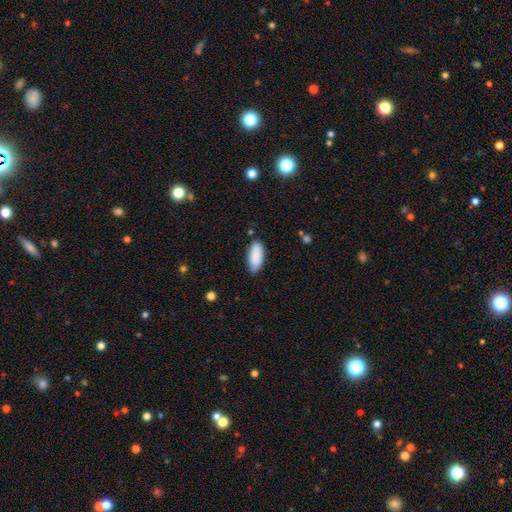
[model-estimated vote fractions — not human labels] Smooth or featured? Predicted: smooth (p=0.89). How rounded? Predicted: in between (p=0.85). Merging? Predicted: none (p=0.80).